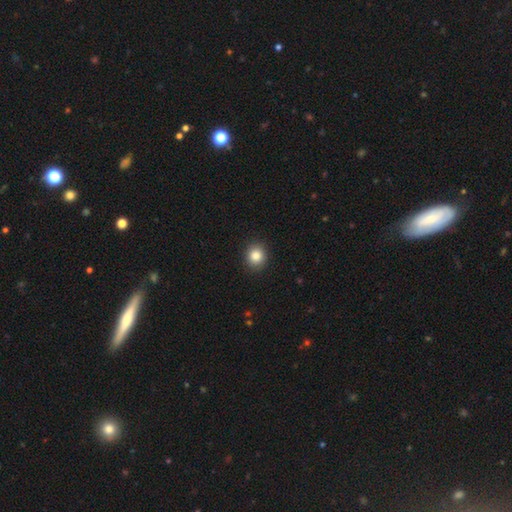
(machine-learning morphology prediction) Overall: smooth (85%). How rounded: round (82%). Merging: none (91%).